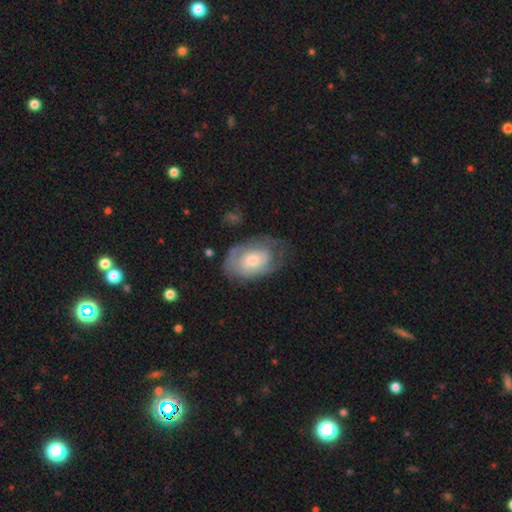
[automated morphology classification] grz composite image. It shows a featured or disk galaxy (61%) with no bar (76%), spiral arms (70%) and a moderate central bulge (57%). Merging: none (55%).